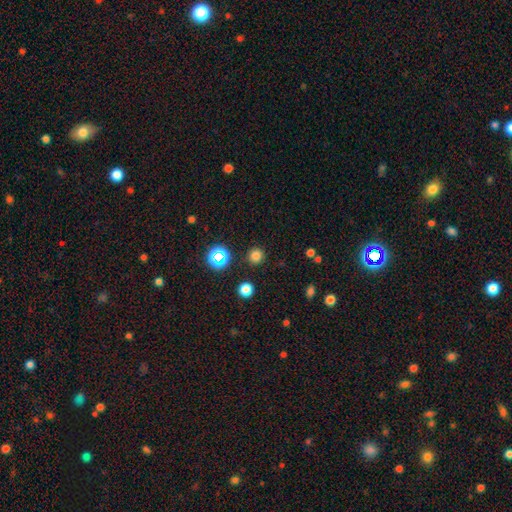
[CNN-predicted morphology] This is likely a smooth galaxy (76%). How rounded: clearly round (94%). Merging: clearly none (89%).